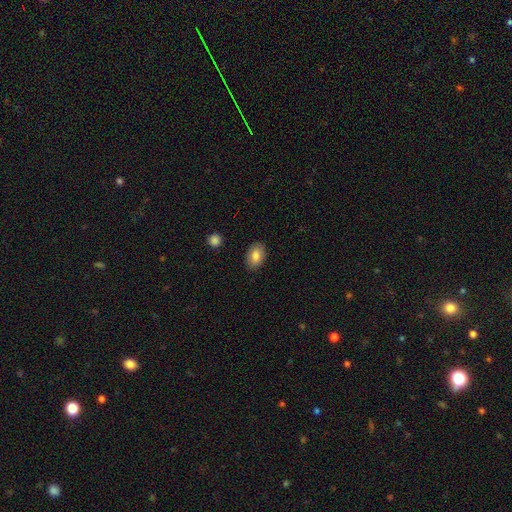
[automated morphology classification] smooth-or-featured: smooth: 83% | featured or disk: 10% | star or artifact: 7%
  how-rounded: in between: 88% | round: 11% | cigar-shaped: 1%
  merging: none: 87% | minor disturbance: 10% | major disturbance: 2% | merger: 1%